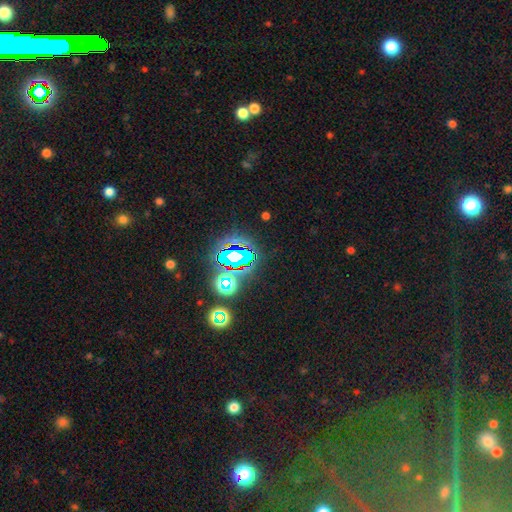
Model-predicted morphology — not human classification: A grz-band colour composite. It shows a star or artifact, not a galaxy (76%).